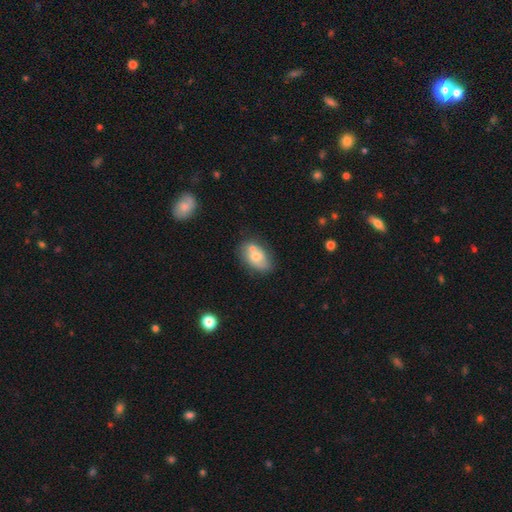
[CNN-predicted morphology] type=smooth (62%); roundness=in between (87%); merging=none (48%).